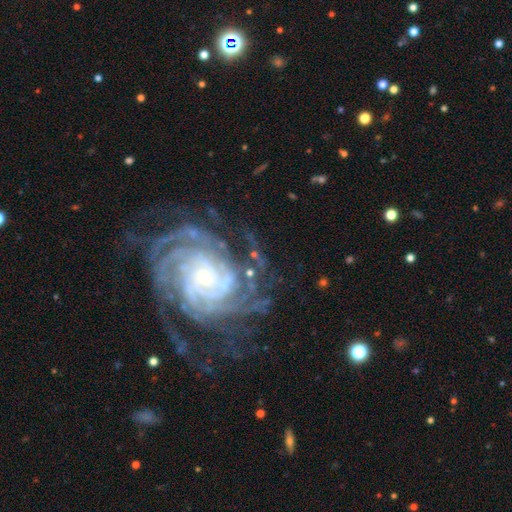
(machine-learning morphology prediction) Overall: featured or disk (90%). Edge-on disk: no (97%). Bar: no (71%). Spiral arms: yes (98%). Spiral arm count: 4 (25%; more than 4 24%). Spiral winding: tight (75%). Bulge size: small (77%). Merging: none (64%).